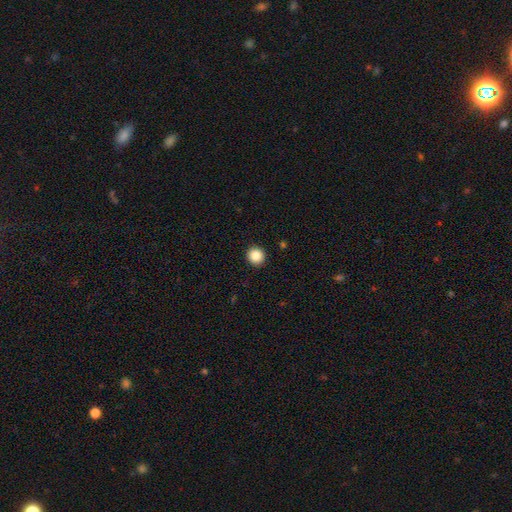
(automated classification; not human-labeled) This is clearly a smooth galaxy (87%). How rounded: clearly round (94%). Merging: clearly none (93%).